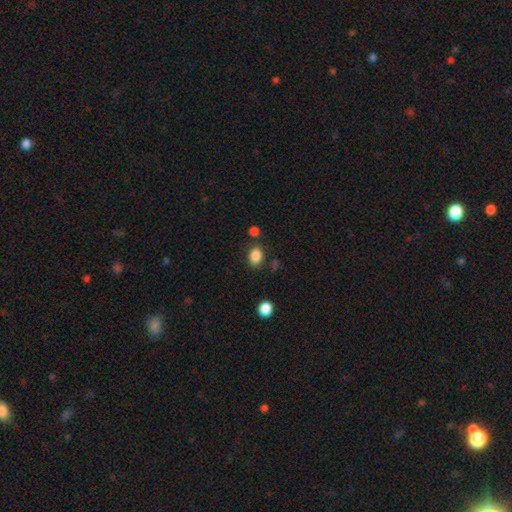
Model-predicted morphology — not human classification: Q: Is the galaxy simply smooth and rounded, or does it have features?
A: smooth — 86%.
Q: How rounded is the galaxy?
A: in between — 71%.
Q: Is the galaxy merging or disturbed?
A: none — 76%.